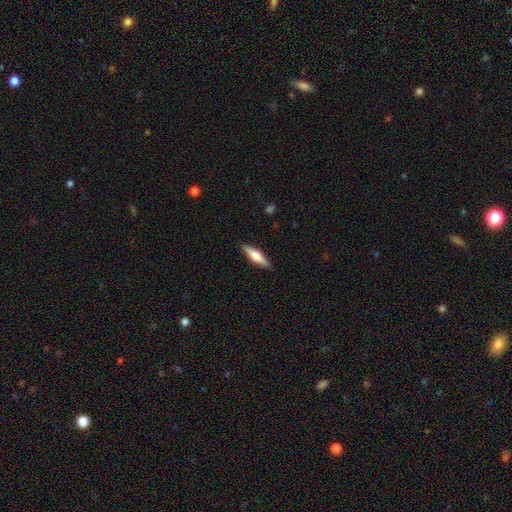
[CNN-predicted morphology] A smooth galaxy with no disk features (50%).

Vote fractions:
- Smooth or featured? smooth: 50% / featured or disk: 45% / star or artifact: 6%
- Merging? none: 89% / minor disturbance: 8% / major disturbance: 2% / merger: 1%